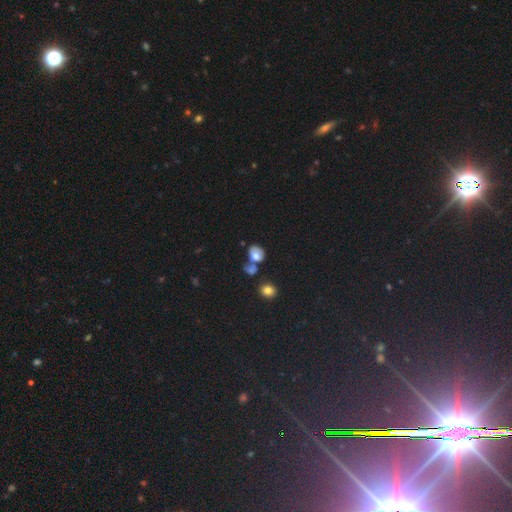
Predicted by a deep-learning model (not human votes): Overall: smooth (70%). How rounded: in between (51%; round 47%). Merging: none (45%; merger 28%).